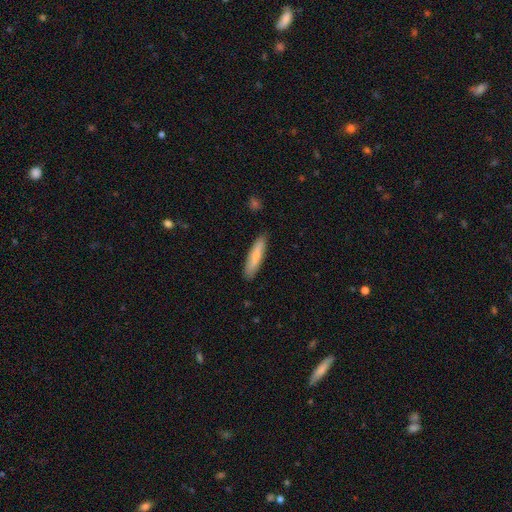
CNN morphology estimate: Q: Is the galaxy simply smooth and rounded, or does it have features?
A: smooth — 74%.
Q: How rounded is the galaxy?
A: cigar-shaped — 80%.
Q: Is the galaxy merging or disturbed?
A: none — 87%.